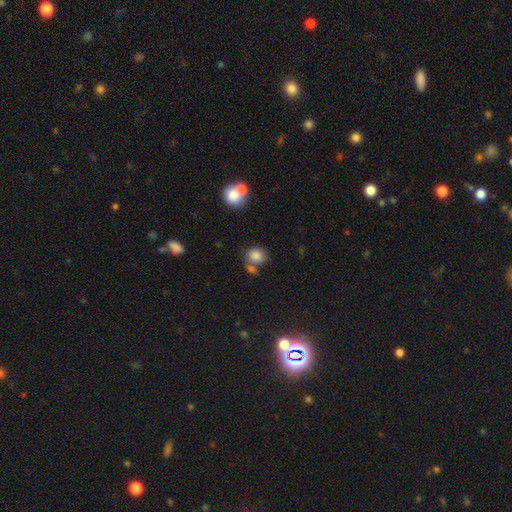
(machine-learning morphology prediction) Smooth or featured: smooth — 82% (star or artifact — 10%)
How rounded: round — 59% (in between — 40%)
Merging: none — 54% (merger — 25%)